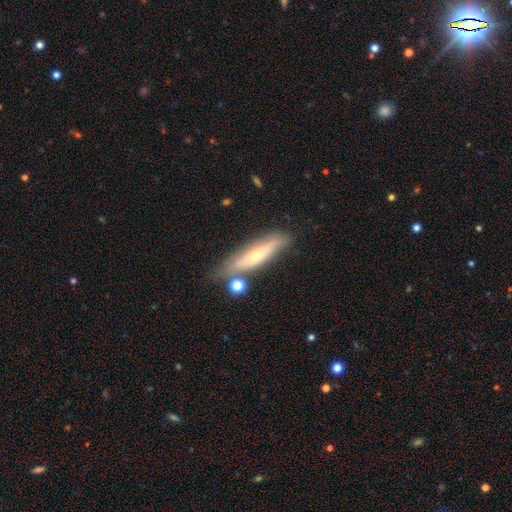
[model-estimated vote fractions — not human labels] Smooth or featured?
  - featured or disk: 49% *
  - smooth: 43%
  - star or artifact: 8%
Merging?
  - none: 68% *
  - minor disturbance: 18%
  - merger: 9%
  - major disturbance: 5%